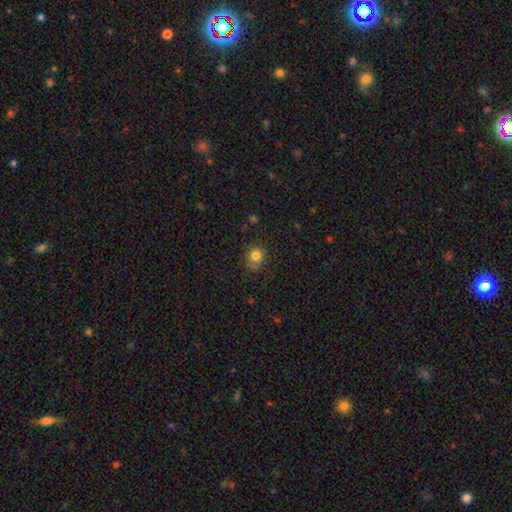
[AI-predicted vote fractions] A smooth galaxy with no disk features (81%) that is round (77%).

Vote fractions:
- Smooth or featured? smooth: 81% / star or artifact: 12% / featured or disk: 7%
- How rounded? round: 77% / in between: 22% / cigar-shaped: 1%
- Merging? none: 69% / minor disturbance: 21% / major disturbance: 7% / merger: 2%